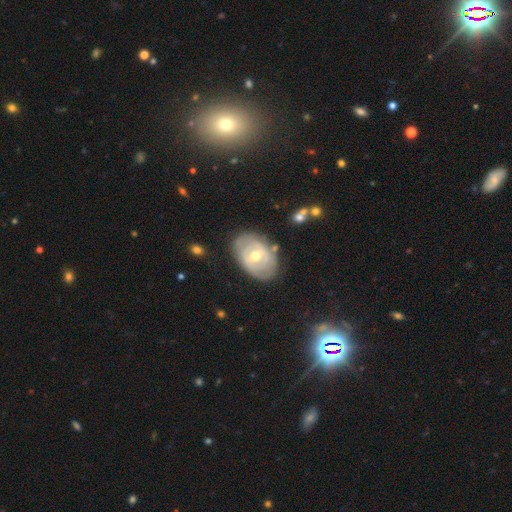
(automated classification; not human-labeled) Smooth or featured: featured or disk — 73% (smooth — 21%)
Edge-on disk: no — 95% (yes — 5%)
Bar: no — 46% (weak — 42%)
Spiral arms: yes — 69% (no — 31%)
Bulge size: moderate — 68% (small — 28%)
Merging: none — 75% (minor disturbance — 18%)